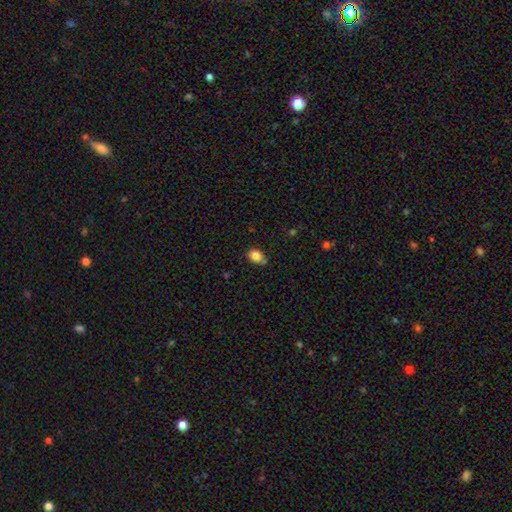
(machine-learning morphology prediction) A smooth galaxy with no disk features (82%) that is in between round and cigar-shaped (60%). Merging: none (60%).